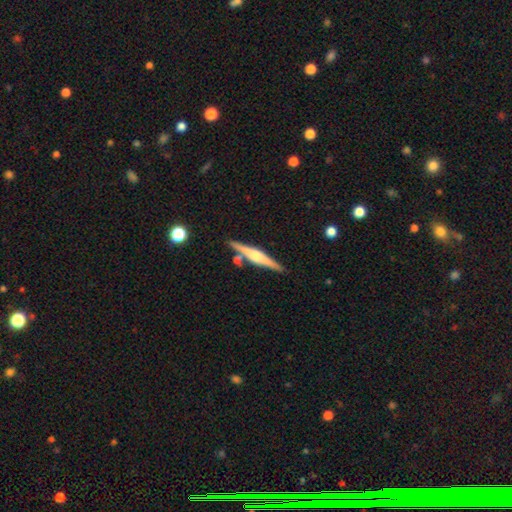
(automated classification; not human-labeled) smooth-or-featured: featured or disk: 71% | smooth: 23% | star or artifact: 6%
  disk-edge-on: yes: 98% | no: 2%
    edge-on-bulge: rounded: 80% | boxy: 15% | none: 5%
  merging: none: 80% | minor disturbance: 9% | merger: 8% | major disturbance: 2%